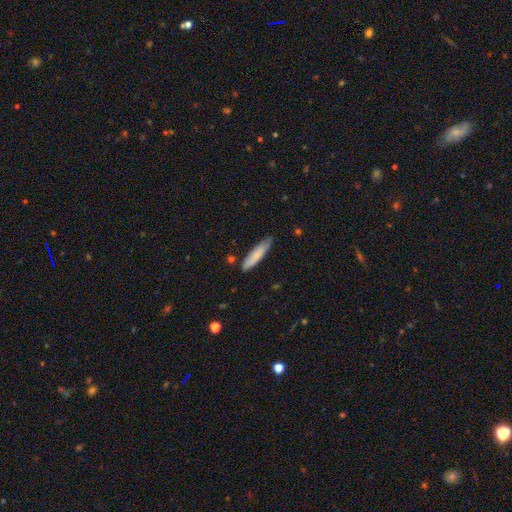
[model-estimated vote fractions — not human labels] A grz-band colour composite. It shows a smooth galaxy with no disk features (79%) that is cigar-shaped (81%). Merging: none (78%).